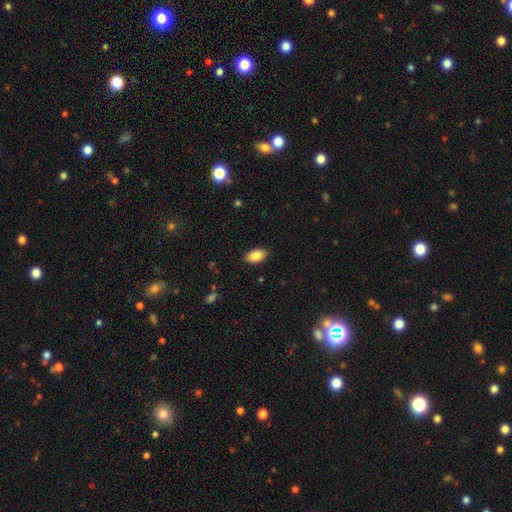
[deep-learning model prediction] smooth-or-featured: smooth: 87% | star or artifact: 7% | featured or disk: 6%
  how-rounded: in between: 93% | round: 4% | cigar-shaped: 3%
  merging: none: 88% | minor disturbance: 9% | major disturbance: 2% | merger: 1%